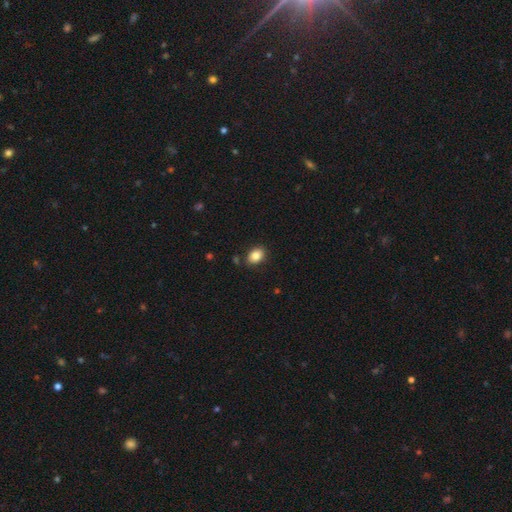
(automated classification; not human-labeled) smooth-or-featured: smooth: 84% | star or artifact: 8% | featured or disk: 7%
  how-rounded: in between: 75% | round: 24% | cigar-shaped: 1%
  merging: none: 86% | minor disturbance: 10% | merger: 2% | major disturbance: 2%